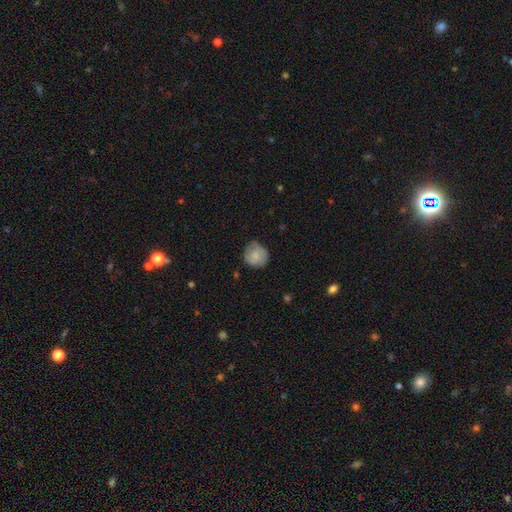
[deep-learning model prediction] smooth_or_featured: smooth (p=0.73) [alt: featured or disk p=0.21]
how_rounded: round (p=0.88) [alt: in between p=0.11]
merging: none (p=0.70) [alt: minor disturbance p=0.24]